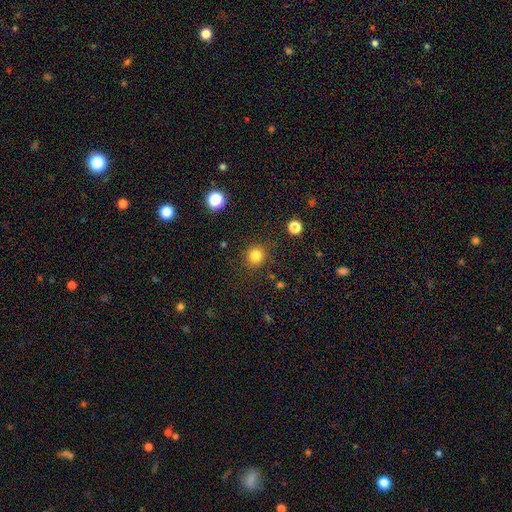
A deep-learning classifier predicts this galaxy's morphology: Smooth or featured: smooth — 82% (star or artifact — 13%)
How rounded: round — 91% (in between — 8%)
Merging: none — 87% (minor disturbance — 8%)